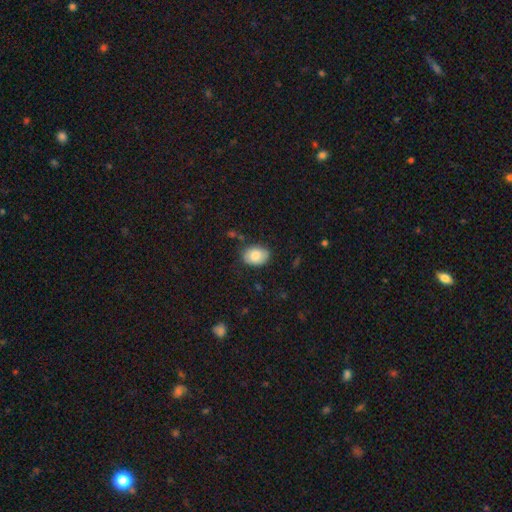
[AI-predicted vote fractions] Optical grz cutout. It shows a smooth galaxy with no disk features (83%) that is in between round and cigar-shaped (74%). Merging: none (79%).